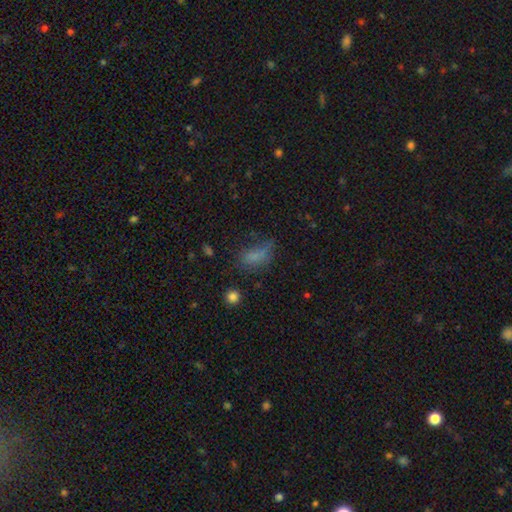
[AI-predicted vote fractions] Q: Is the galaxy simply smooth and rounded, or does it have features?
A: smooth — 70%.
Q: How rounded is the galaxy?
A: in between — 81%.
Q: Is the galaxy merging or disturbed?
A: none — 41%.